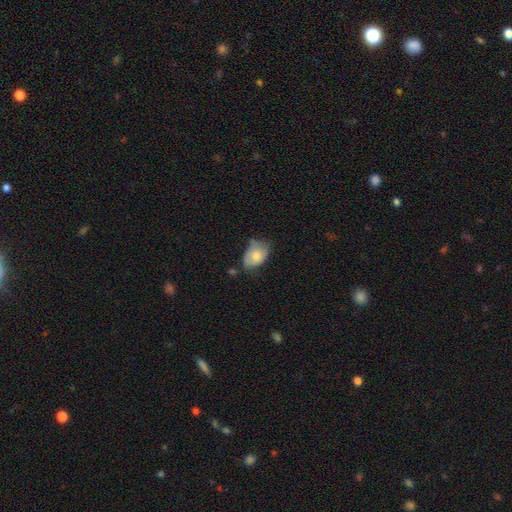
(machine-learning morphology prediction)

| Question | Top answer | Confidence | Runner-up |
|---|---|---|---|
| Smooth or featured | smooth | 73% | featured or disk (20%) |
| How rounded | in between | 79% | round (20%) |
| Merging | minor disturbance | 42% | none (41%) |